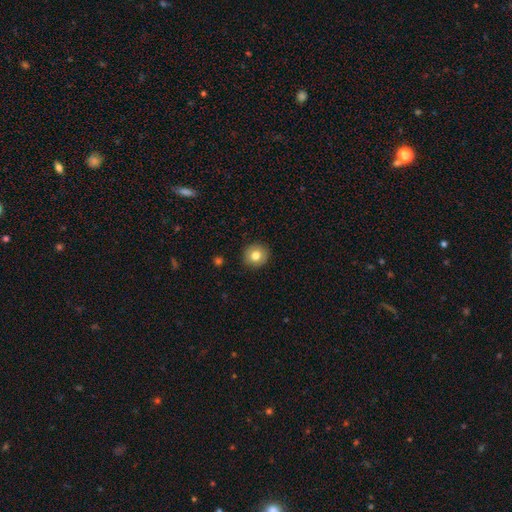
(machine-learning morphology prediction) Smooth or featured?
  - smooth: 80% *
  - featured or disk: 11%
  - star or artifact: 9%
How rounded?
  - round: 90% *
  - in between: 9%
  - cigar-shaped: 1%
Merging?
  - none: 91% *
  - minor disturbance: 6%
  - major disturbance: 2%
  - merger: 1%